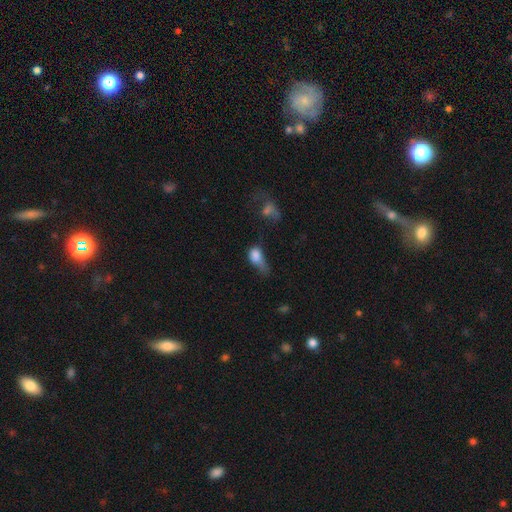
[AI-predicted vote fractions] Smooth or featured?
  - smooth: 71% *
  - featured or disk: 17%
  - star or artifact: 11%
How rounded?
  - in between: 70% *
  - round: 22%
  - cigar-shaped: 8%
Merging?
  - major disturbance: 43% *
  - minor disturbance: 25%
  - none: 17%
  - merger: 14%